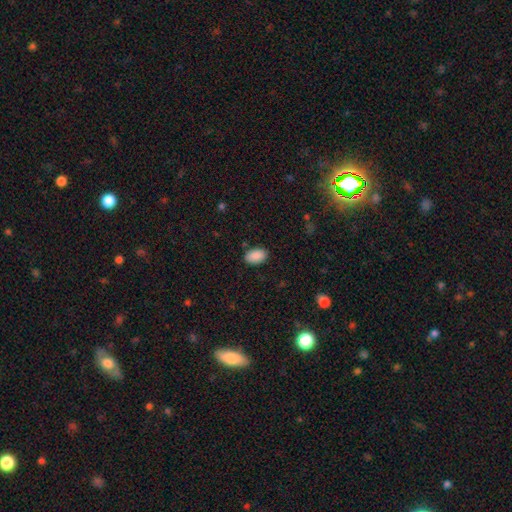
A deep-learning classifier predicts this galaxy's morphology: smooth_or_featured: smooth (p=0.90) [alt: star or artifact p=0.07]
how_rounded: in between (p=0.93) [alt: round p=0.06]
merging: none (p=0.86) [alt: minor disturbance p=0.10]